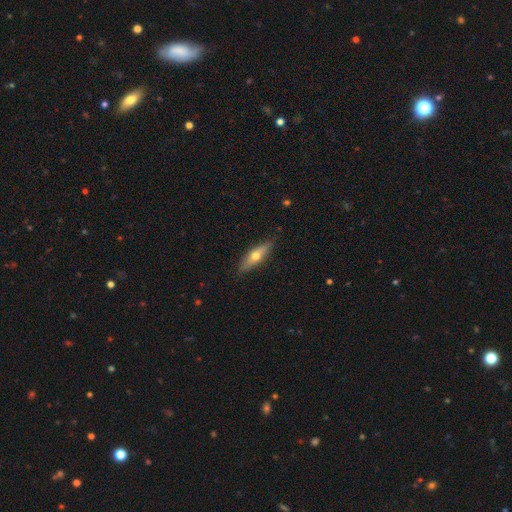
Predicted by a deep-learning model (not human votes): This is possibly a smooth galaxy (52%). How rounded: likely cigar-shaped (62%). Merging: clearly none (87%).